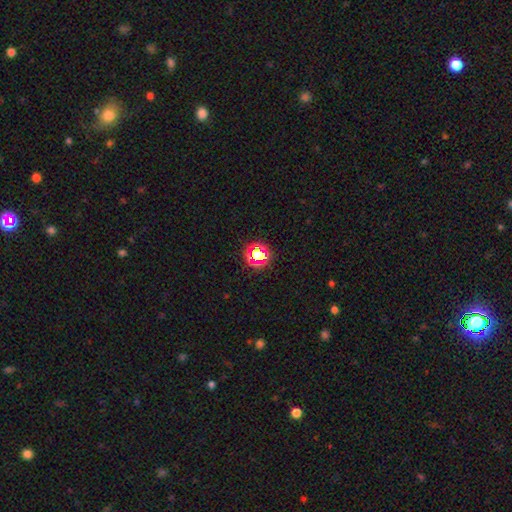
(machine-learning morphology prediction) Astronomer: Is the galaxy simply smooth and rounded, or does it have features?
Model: star or artifact — 62%.